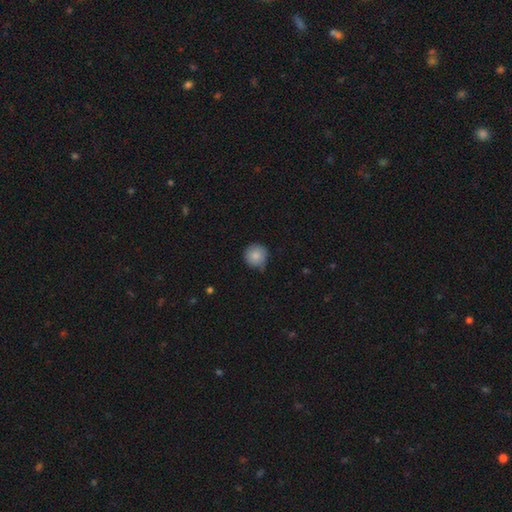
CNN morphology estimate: A smooth galaxy with no disk features (84%) that is round (94%). Merging: none (73%).